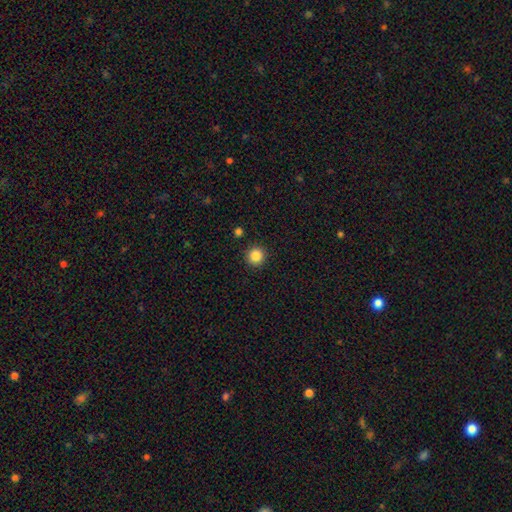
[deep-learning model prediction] Overall: smooth (86%). How rounded: round (95%). Merging: none (91%).